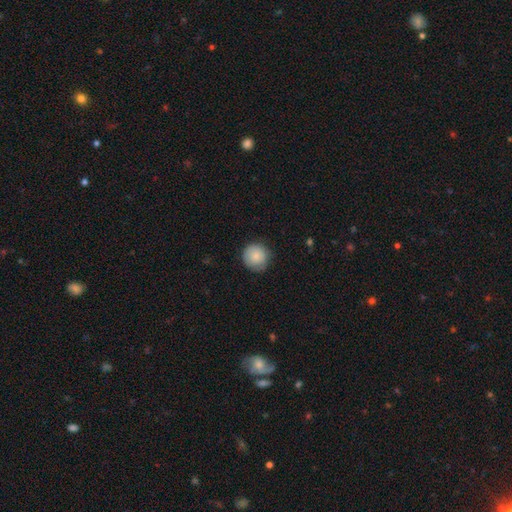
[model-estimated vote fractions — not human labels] Q: Smooth or featured?
A: smooth (85%); runner-up: featured or disk (8%)
Q: How rounded?
A: round (94%); runner-up: in between (5%)
Q: Merging?
A: none (83%); runner-up: minor disturbance (13%)